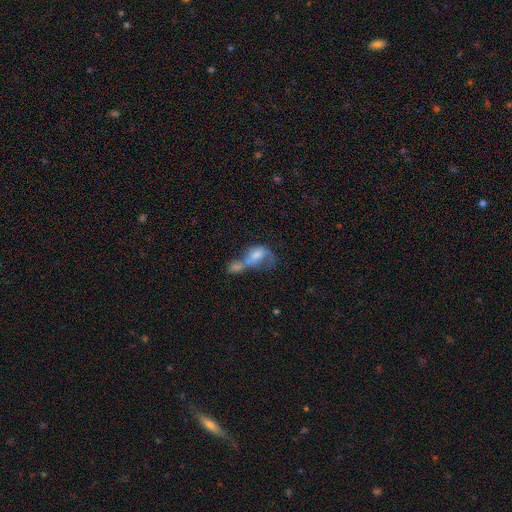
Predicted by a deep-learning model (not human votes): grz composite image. It shows a smooth galaxy with no disk features (57%) that is in between round and cigar-shaped (80%). Merging: merger (69%).